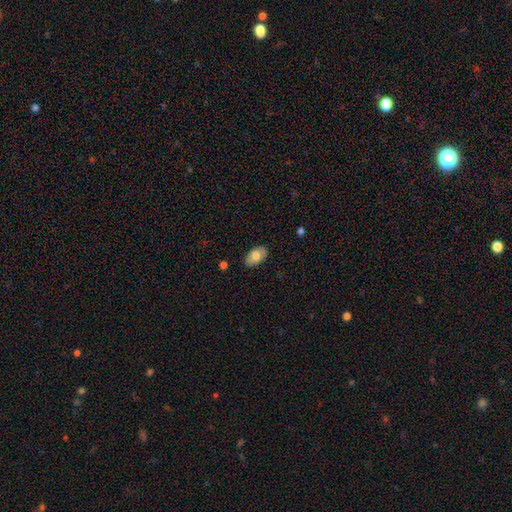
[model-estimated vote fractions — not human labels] This appears to be a smooth galaxy with no disk features (74%) that is in between round and cigar-shaped (94%). Merging: none (85%).